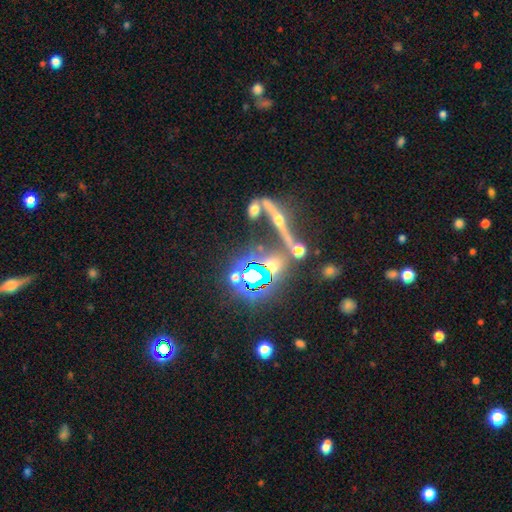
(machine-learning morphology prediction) star or artifact 71%, smooth 16%, featured or disk 13%.